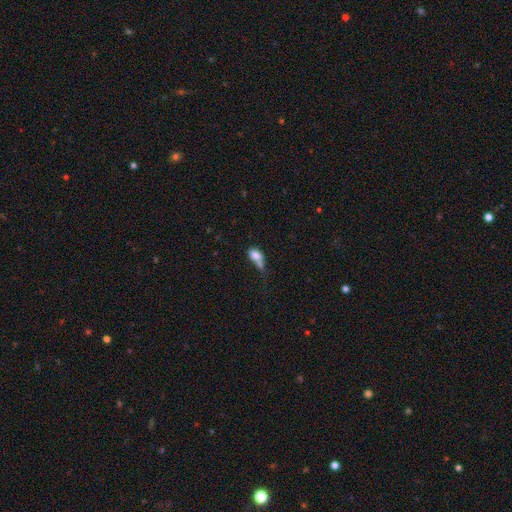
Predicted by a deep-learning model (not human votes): A smooth galaxy with no disk features (74%) that is in between round and cigar-shaped (79%). Merging: merger (42%).